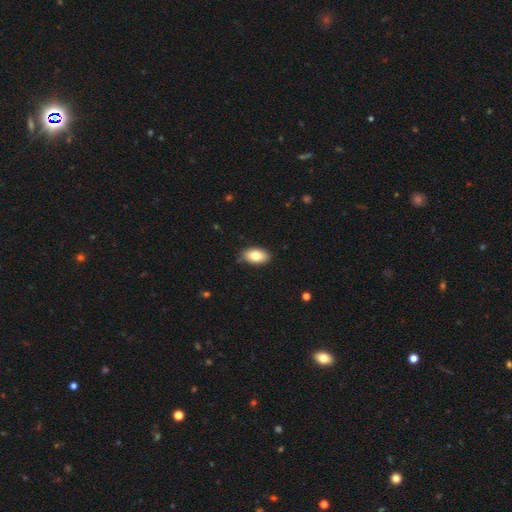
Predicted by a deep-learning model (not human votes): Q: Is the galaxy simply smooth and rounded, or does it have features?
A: smooth — 80%.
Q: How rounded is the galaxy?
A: in between — 92%.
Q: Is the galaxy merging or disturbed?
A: none — 84%.